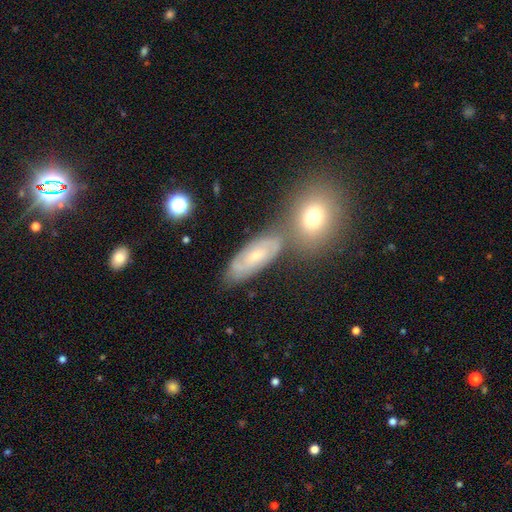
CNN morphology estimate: type=featured or disk (66%); edge-on=no (90%); bar=no (59%); spiral arms=yes (87%); winding=tight (61%); arm count=2 (50%); bulge=small (64%); merging=none (69%).